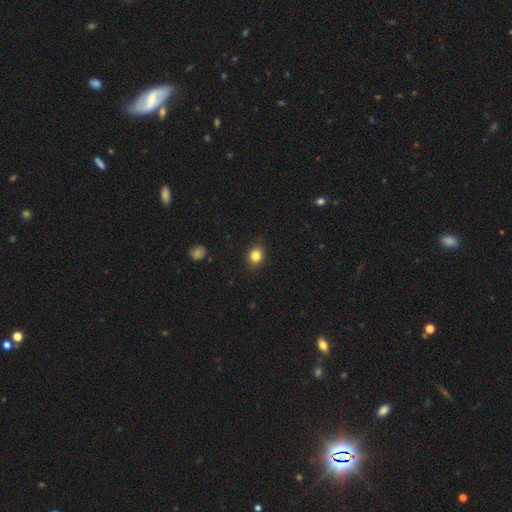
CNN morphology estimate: A smooth galaxy with no disk features (84%) that is round (62%). Merging: none (87%).